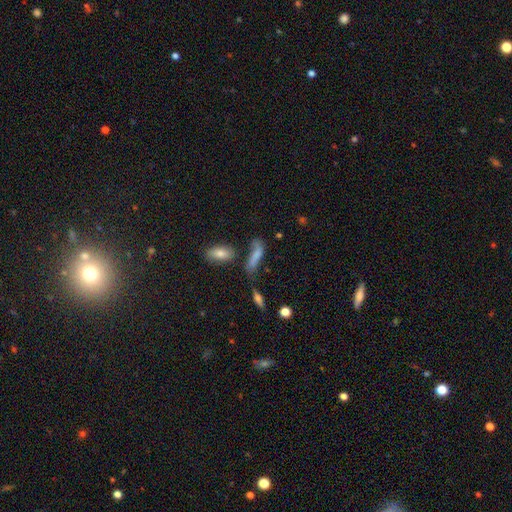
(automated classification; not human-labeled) This is likely a smooth galaxy (60%). How rounded: possibly in between (50%). Merging: marginally none (38%).